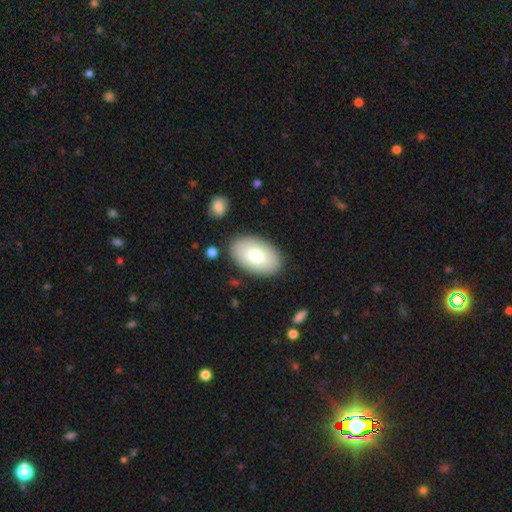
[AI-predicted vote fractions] This is likely a smooth galaxy (77%). How rounded: clearly in between (94%). Merging: clearly none (86%).